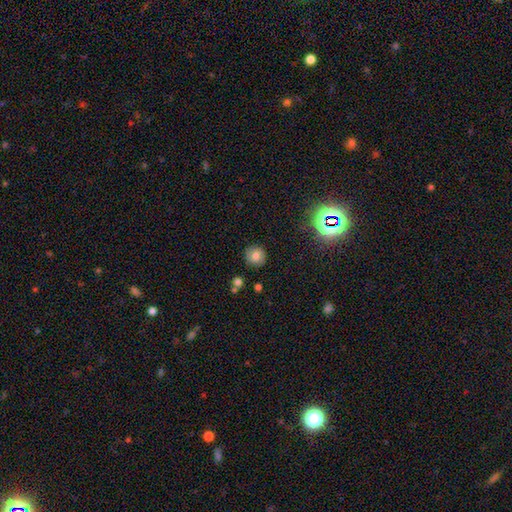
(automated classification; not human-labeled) smooth 72%, featured or disk 15%, star or artifact 13%. Down the decision tree: how rounded — round (90%); merging — none (87%).